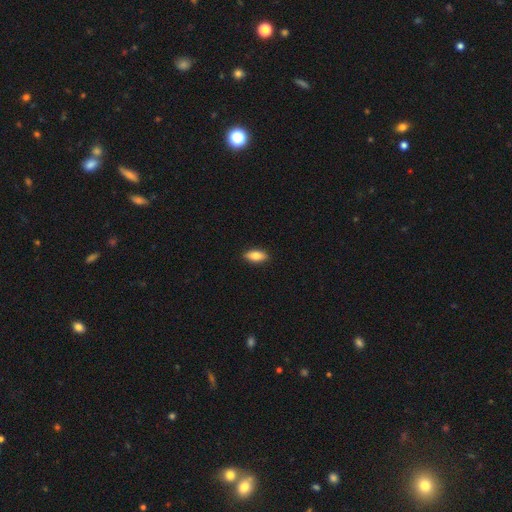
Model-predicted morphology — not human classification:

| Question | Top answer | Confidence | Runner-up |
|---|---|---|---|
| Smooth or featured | smooth | 81% | featured or disk (13%) |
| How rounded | in between | 82% | cigar-shaped (15%) |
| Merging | none | 90% | minor disturbance (8%) |